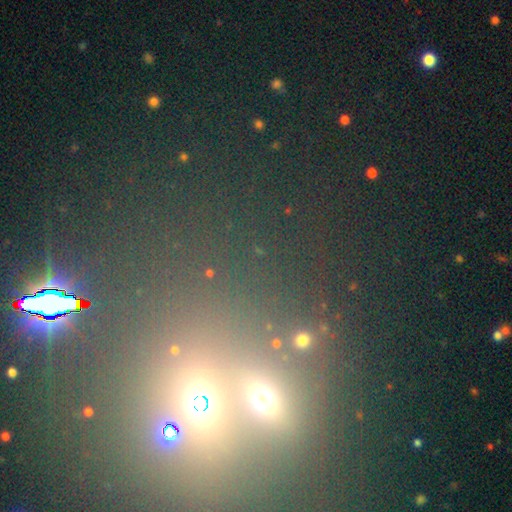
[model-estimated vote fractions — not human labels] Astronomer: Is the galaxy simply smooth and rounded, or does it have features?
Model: star or artifact — 57% (runner-up: smooth, 32%).